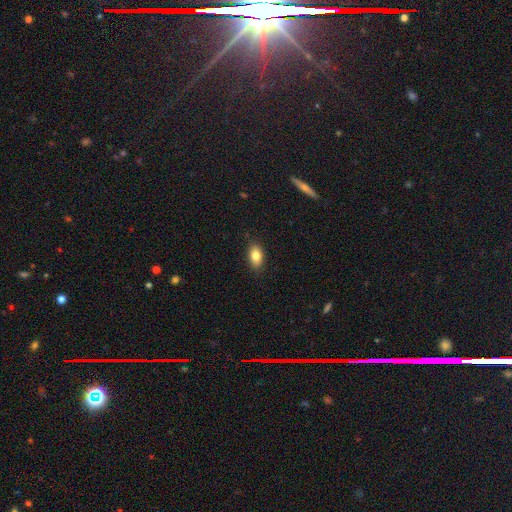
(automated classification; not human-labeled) A smooth galaxy with no disk features (83%) that is in between round and cigar-shaped (89%).

Vote fractions:
- Smooth or featured? smooth: 83% / featured or disk: 9% / star or artifact: 8%
- How rounded? in between: 89% / round: 8% / cigar-shaped: 3%
- Merging? none: 88% / minor disturbance: 9% / major disturbance: 2% / merger: 1%